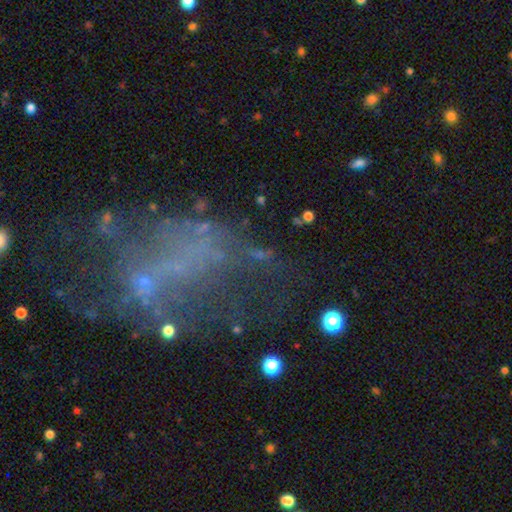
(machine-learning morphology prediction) Smooth or featured? featured or disk (47%)
Merging? none (42%)